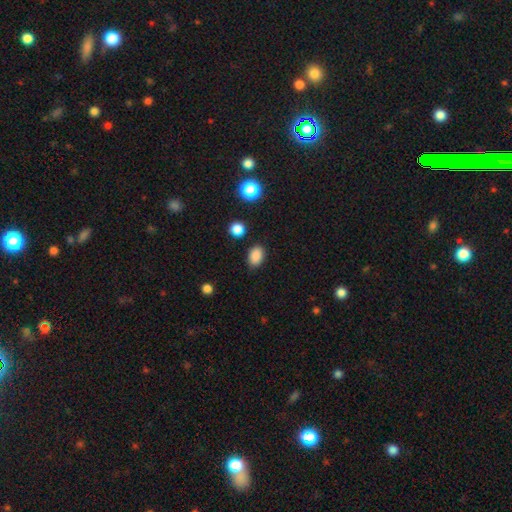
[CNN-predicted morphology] smooth_or_featured: smooth (p=0.86) [alt: star or artifact p=0.11]
how_rounded: in between (p=0.78) [alt: round p=0.21]
merging: none (p=0.85) [alt: minor disturbance p=0.10]